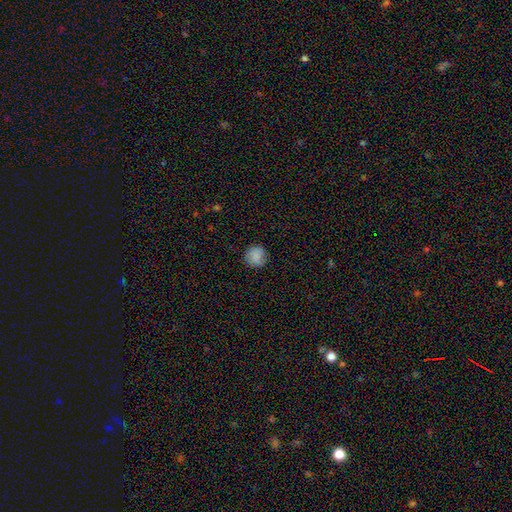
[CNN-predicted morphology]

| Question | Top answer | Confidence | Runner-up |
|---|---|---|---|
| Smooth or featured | smooth | 85% | star or artifact (9%) |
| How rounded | round | 92% | in between (7%) |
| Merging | none | 85% | minor disturbance (11%) |